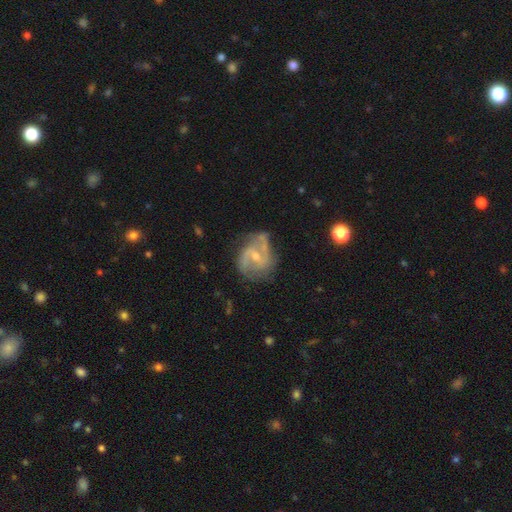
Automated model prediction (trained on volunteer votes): A featured or disk galaxy (82%) with a weak bar (54%), 2 (76%) medium (50%) spiral arms (91%) and a small central bulge (51%).

Vote fractions:
- Smooth or featured? featured or disk: 82% / smooth: 12% / star or artifact: 6%
- Edge-on disk? no: 97% / yes: 3%
- Bar? weak: 54% / no: 27% / strong: 19%
- Spiral arms? yes: 91% / no: 9%
- Spiral winding? medium: 50% / loose: 29% / tight: 21%
- Spiral arm count? 2: 76% / can't tell: 10% / 3: 6% / 1: 4% / 4: 2% / more than 4: 2%
- Bulge size? small: 51% / moderate: 44% / none: 2% / large: 1% / dominant: 1%
- Merging? none: 53% / minor disturbance: 27% / major disturbance: 15% / merger: 5%